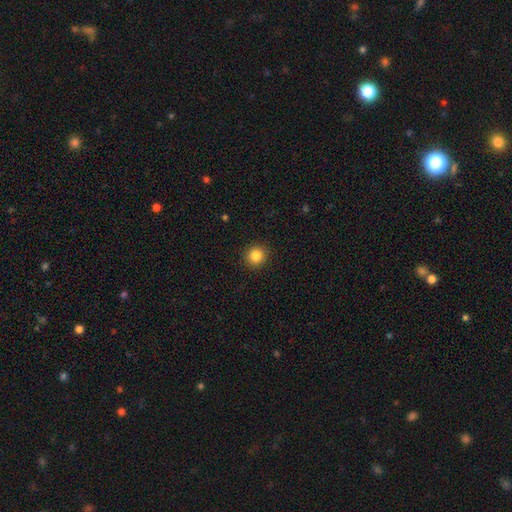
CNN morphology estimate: smooth-or-featured: smooth: 85% | star or artifact: 11% | featured or disk: 5%
  how-rounded: round: 91% | in between: 8% | cigar-shaped: 1%
  merging: none: 91% | minor disturbance: 6% | major disturbance: 2% | merger: 1%